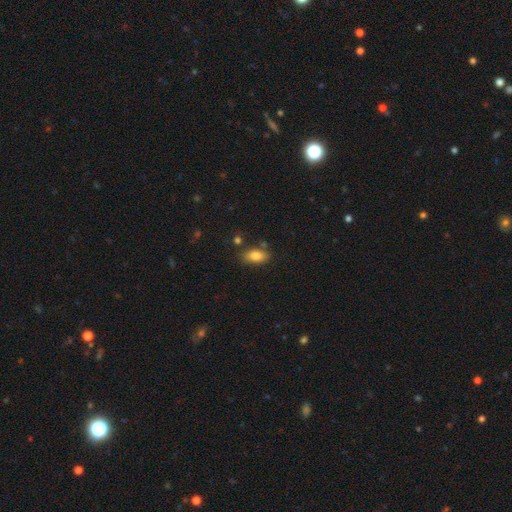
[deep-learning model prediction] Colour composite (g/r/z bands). It shows a smooth galaxy with no disk features (83%) that is in between round and cigar-shaped (88%). Merging: none (76%).